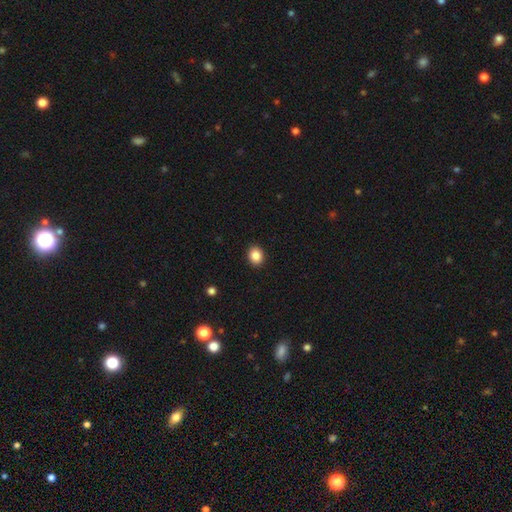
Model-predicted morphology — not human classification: type=smooth (86%); roundness=round (58%); merging=none (92%).